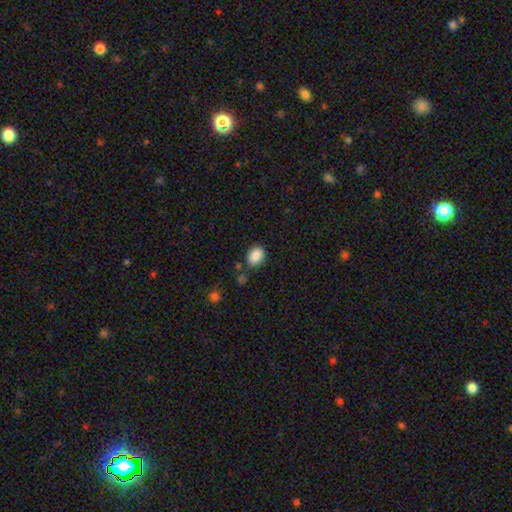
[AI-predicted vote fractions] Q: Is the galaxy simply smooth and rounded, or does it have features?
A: smooth — 87%.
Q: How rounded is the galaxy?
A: in between — 72%.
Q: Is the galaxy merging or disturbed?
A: none — 73%.